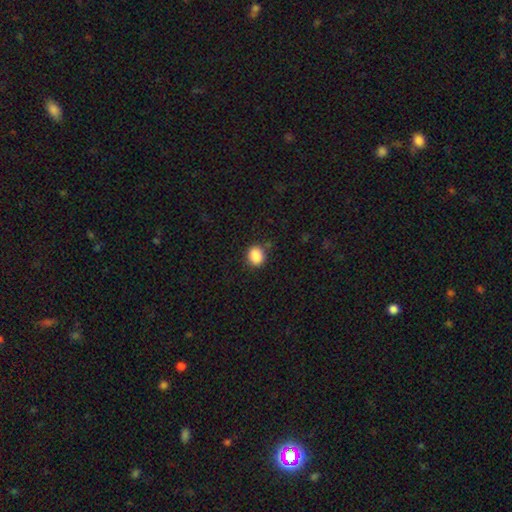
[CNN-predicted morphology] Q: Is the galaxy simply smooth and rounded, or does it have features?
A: smooth — 88%.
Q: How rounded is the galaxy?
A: round — 68%.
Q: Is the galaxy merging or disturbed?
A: none — 84%.